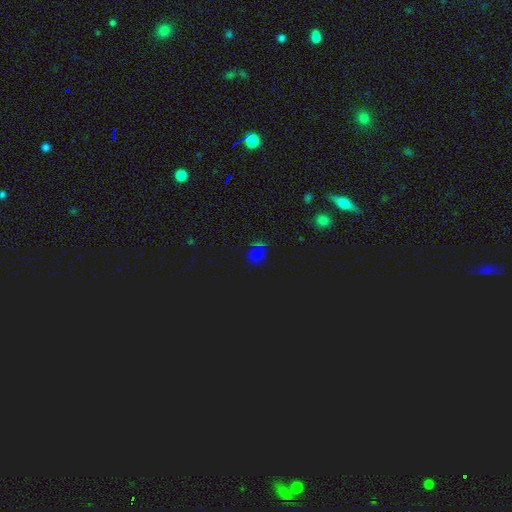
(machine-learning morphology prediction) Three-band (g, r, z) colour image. It shows a star or artifact, not a galaxy (52%).